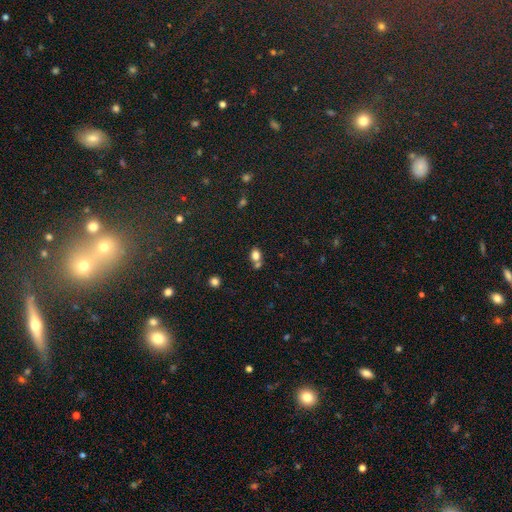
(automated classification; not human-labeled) smooth 79%, star or artifact 13%, featured or disk 8%. Down the decision tree: how rounded — in between (54%); merging — none (49%).